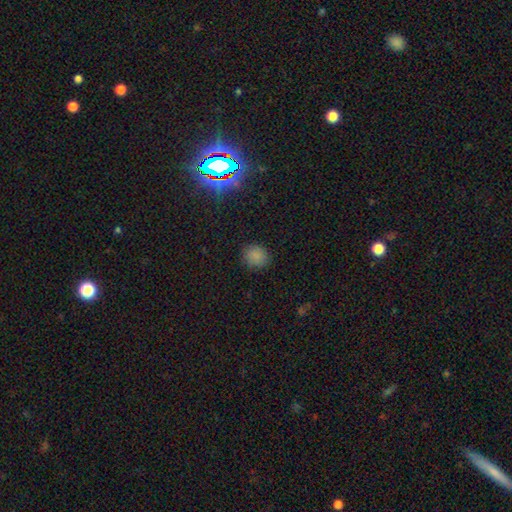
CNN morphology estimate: Smooth or featured? smooth (82%)
How rounded? round (78%)
Merging? none (86%)